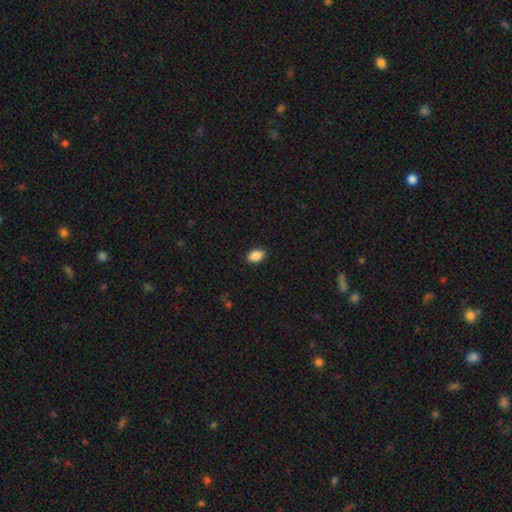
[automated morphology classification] A smooth galaxy with no disk features (89%) that is in between round and cigar-shaped (86%).

Vote fractions:
- Smooth or featured? smooth: 89% / star or artifact: 8% / featured or disk: 4%
- How rounded? in between: 86% / round: 12% / cigar-shaped: 1%
- Merging? none: 88% / minor disturbance: 9% / major disturbance: 2% / merger: 1%